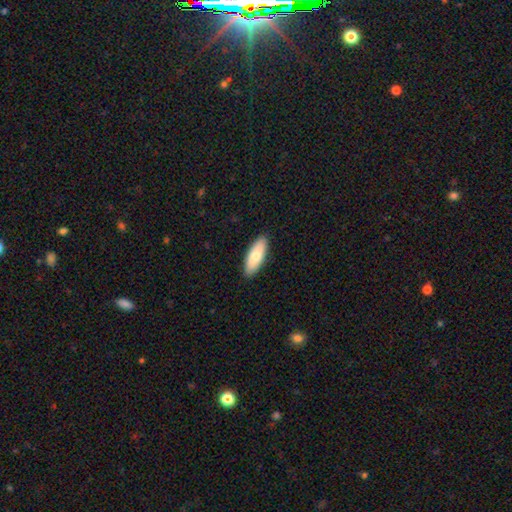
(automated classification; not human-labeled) This is likely a smooth galaxy (73%). How rounded: likely in between (75%). Merging: clearly none (89%).